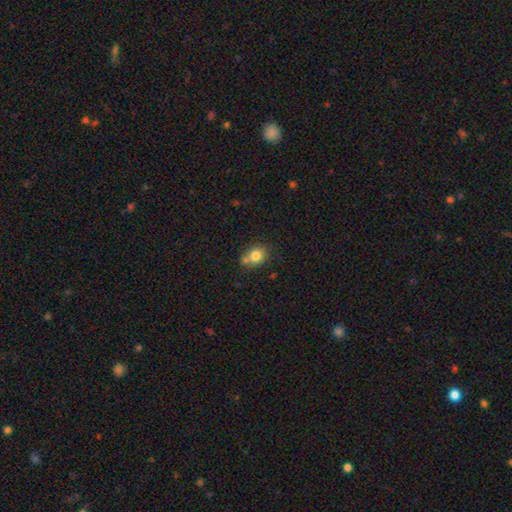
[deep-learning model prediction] smooth-or-featured: smooth: 80% | featured or disk: 10% | star or artifact: 10%
  how-rounded: round: 59% | in between: 40% | cigar-shaped: 1%
  merging: none: 54% | merger: 26% | minor disturbance: 16% | major disturbance: 4%